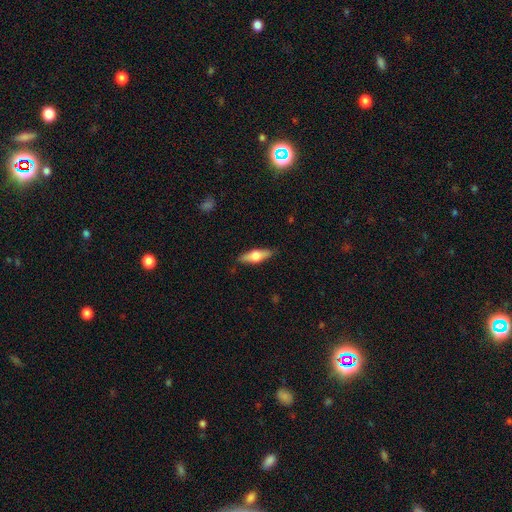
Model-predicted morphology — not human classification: The model was most divided on "how rounded": cigar-shaped: 50%, in between: 47%, round: 3%. More confident: merging — none (87%); smooth or featured — smooth (51%).